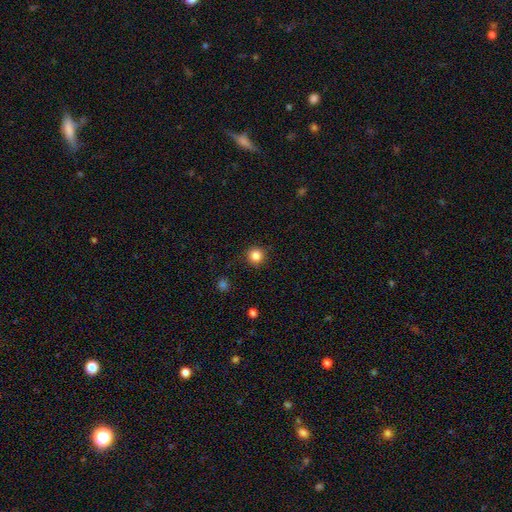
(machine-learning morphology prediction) This is clearly a smooth galaxy (85%). How rounded: clearly round (95%). Merging: clearly none (90%).